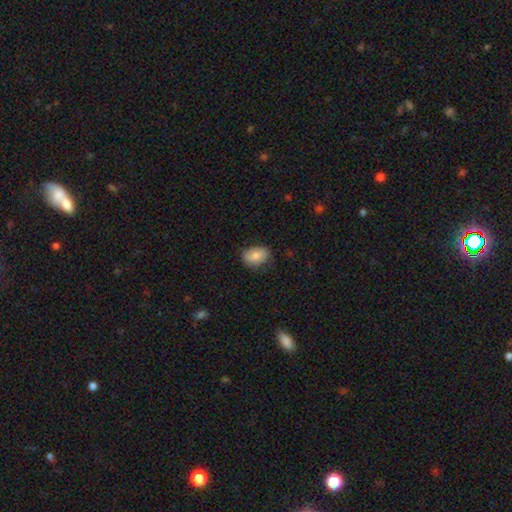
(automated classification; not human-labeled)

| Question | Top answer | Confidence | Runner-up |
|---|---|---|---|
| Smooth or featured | smooth | 77% | featured or disk (16%) |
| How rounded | in between | 77% | round (22%) |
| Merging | none | 73% | minor disturbance (22%) |